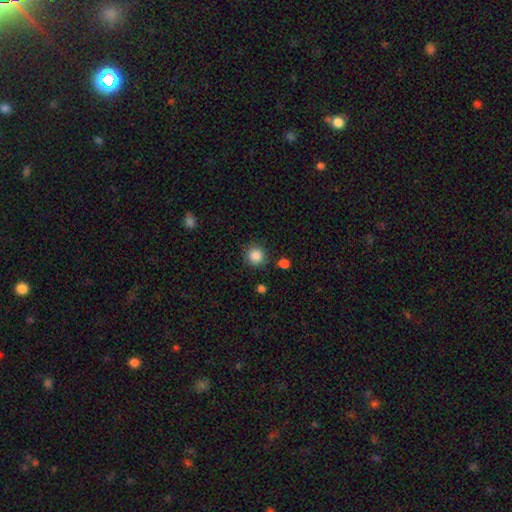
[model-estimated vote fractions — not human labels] Smooth or featured? smooth (87%)
How rounded? round (93%)
Merging? none (86%)